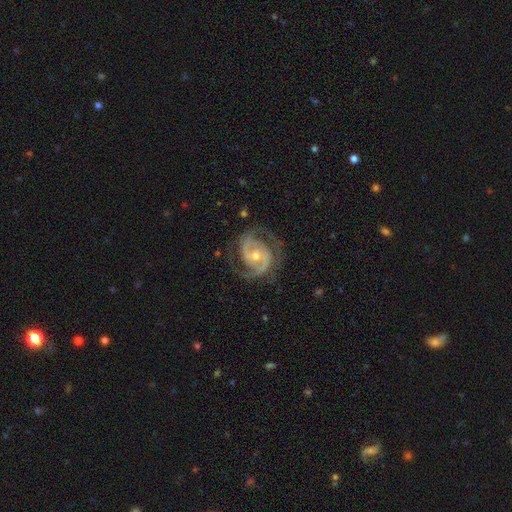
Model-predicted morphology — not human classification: Smooth or featured? Predicted: featured or disk (p=0.92). Edge-on disk? Predicted: no (p=0.98). Bar? Predicted: no (p=0.53). Spiral arms? Predicted: yes (p=0.98). Spiral winding? Predicted: medium (p=0.49). Spiral arm count? Predicted: 2 (p=0.87). Bulge size? Predicted: moderate (p=0.52). Merging? Predicted: none (p=0.75).